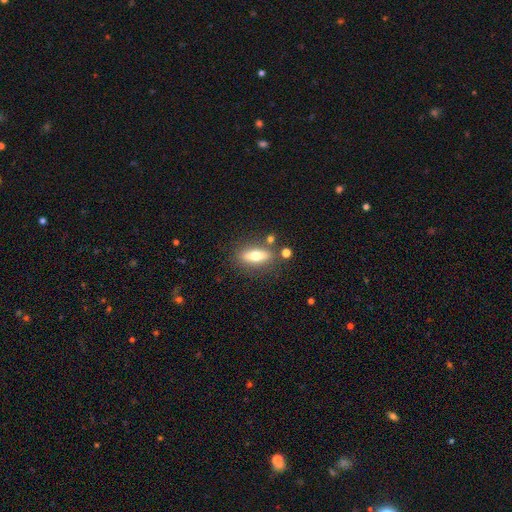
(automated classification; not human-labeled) Smooth or featured? Predicted: smooth (p=0.58). How rounded? Predicted: in between (p=0.61). Merging? Predicted: none (p=0.78).